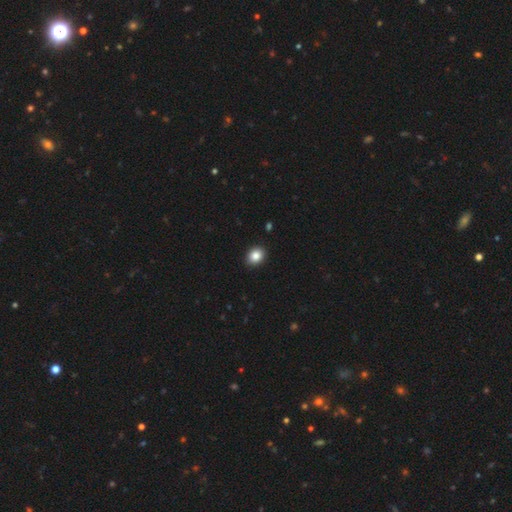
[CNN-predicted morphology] Smooth or featured? smooth (86%)
How rounded? round (52%)
Merging? none (91%)